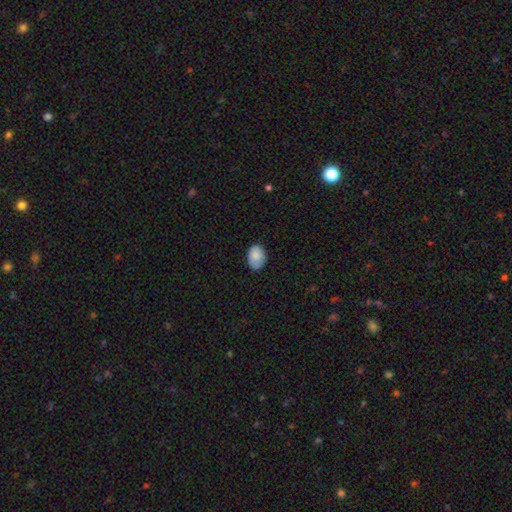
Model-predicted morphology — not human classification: Smooth or featured? Predicted: smooth (p=0.84). How rounded? Predicted: in between (p=0.74). Merging? Predicted: none (p=0.74).